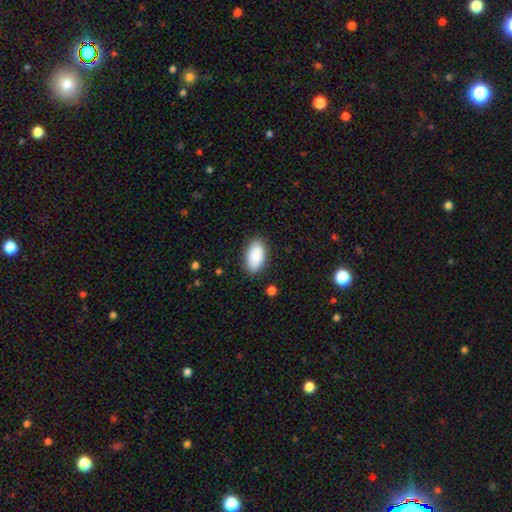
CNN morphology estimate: Smooth or featured? Predicted: smooth (p=0.90). How rounded? Predicted: in between (p=0.95). Merging? Predicted: none (p=0.86).